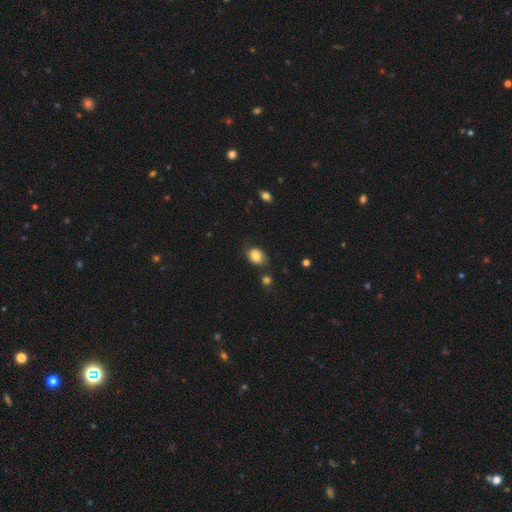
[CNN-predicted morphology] Smooth or featured?
  - smooth: 77% *
  - featured or disk: 14%
  - star or artifact: 8%
How rounded?
  - in between: 76% *
  - round: 22%
  - cigar-shaped: 1%
Merging?
  - none: 66% *
  - minor disturbance: 23%
  - major disturbance: 7%
  - merger: 4%